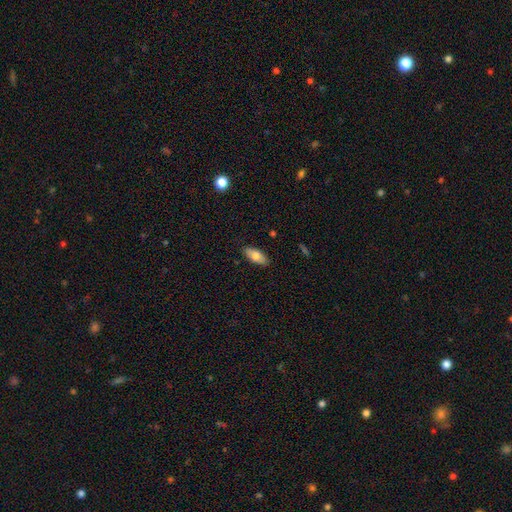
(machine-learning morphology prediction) Overall: smooth (74%). How rounded: in between (87%). Merging: none (88%).